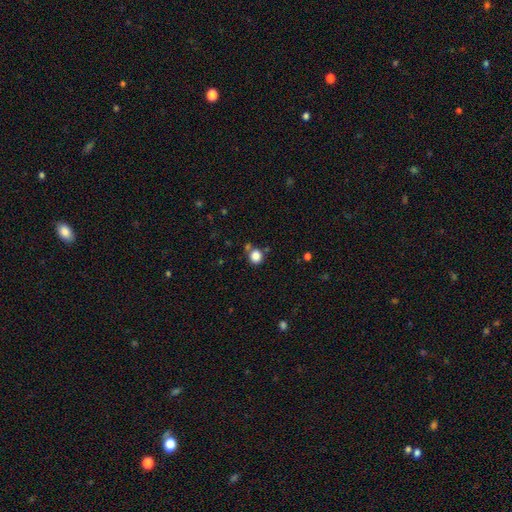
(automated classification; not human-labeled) Overall: smooth (84%). How rounded: round (82%). Merging: none (73%).